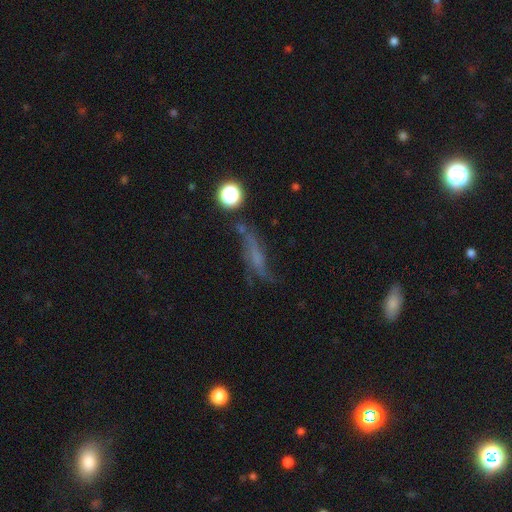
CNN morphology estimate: This is possibly a featured or disk galaxy (47%). Merging: possibly none (49%).